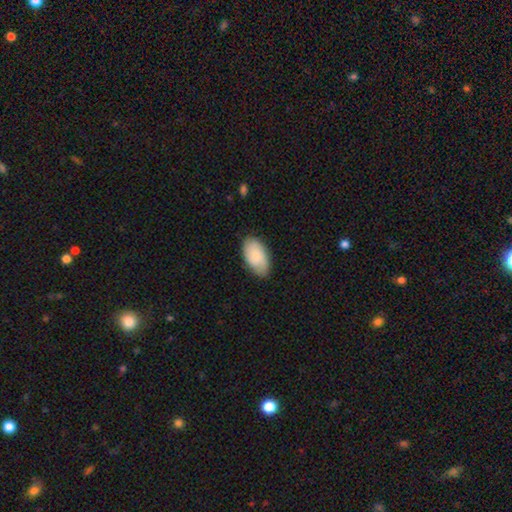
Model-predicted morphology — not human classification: Smooth or featured: smooth — 77% (featured or disk — 17%)
How rounded: in between — 95% (round — 4%)
Merging: none — 79% (minor disturbance — 17%)